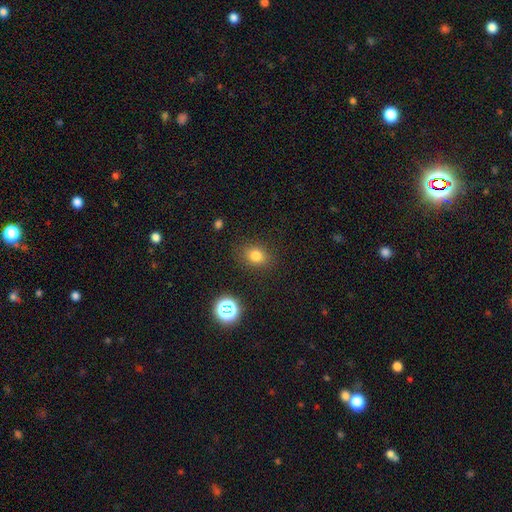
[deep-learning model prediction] Smooth or featured?
  - smooth: 77% *
  - star or artifact: 16%
  - featured or disk: 7%
How rounded?
  - round: 50% *
  - in between: 49%
  - cigar-shaped: 1%
Merging?
  - none: 85% *
  - minor disturbance: 10%
  - major disturbance: 3%
  - merger: 2%